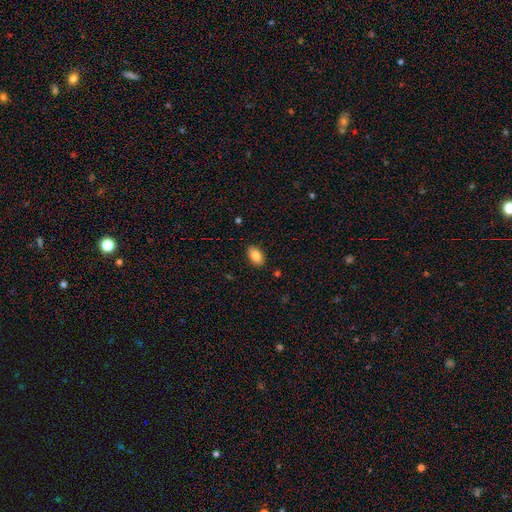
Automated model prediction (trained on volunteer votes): Smooth or featured? smooth (87%)
How rounded? in between (93%)
Merging? none (88%)